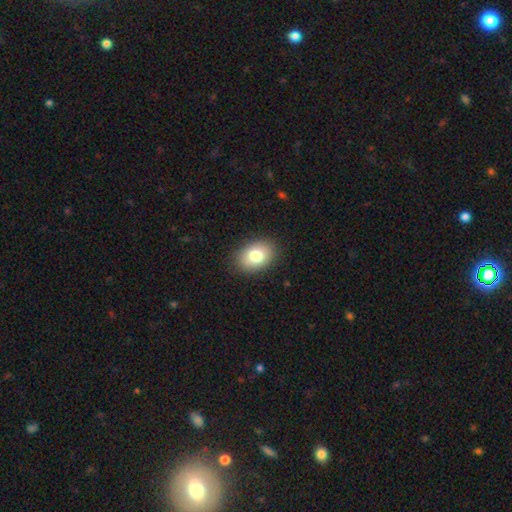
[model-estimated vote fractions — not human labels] This is likely a smooth galaxy (79%). How rounded: likely in between (74%). Merging: clearly none (88%).